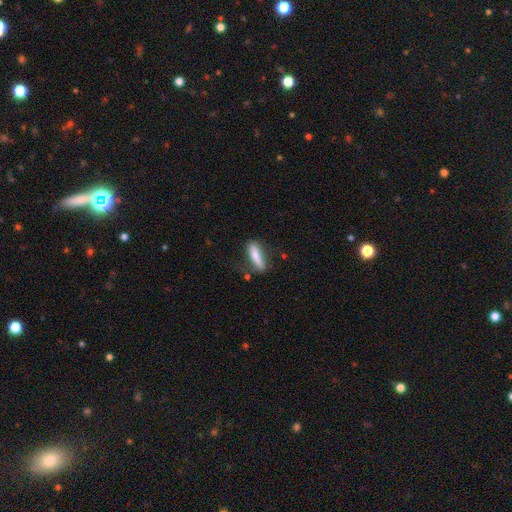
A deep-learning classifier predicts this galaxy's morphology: Smooth or featured?
  - smooth: 70% *
  - featured or disk: 23%
  - star or artifact: 7%
How rounded?
  - cigar-shaped: 74% *
  - in between: 24%
  - round: 2%
Merging?
  - none: 63% *
  - minor disturbance: 23%
  - major disturbance: 10%
  - merger: 4%